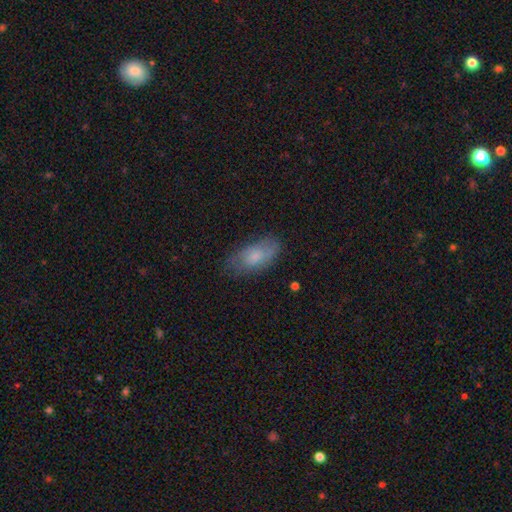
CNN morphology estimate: A smooth galaxy with no disk features (69%) that is in between round and cigar-shaped (89%).

Vote fractions:
- Smooth or featured? smooth: 69% / featured or disk: 24% / star or artifact: 7%
- How rounded? in between: 89% / cigar-shaped: 8% / round: 3%
- Merging? none: 68% / minor disturbance: 24% / major disturbance: 7% / merger: 1%